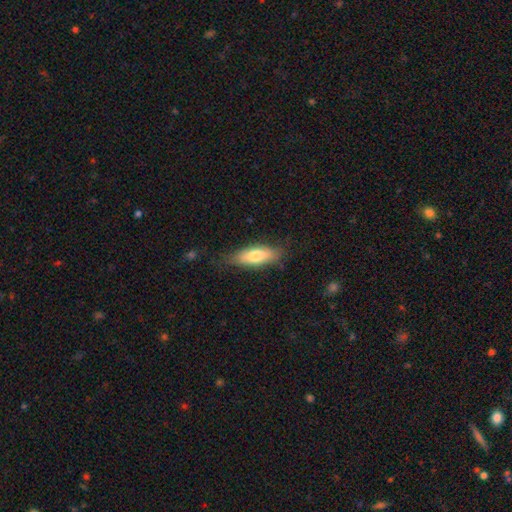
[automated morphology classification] smooth 73%, featured or disk 21%, star or artifact 6%. Down the decision tree: how rounded — in between (58%); merging — none (78%).